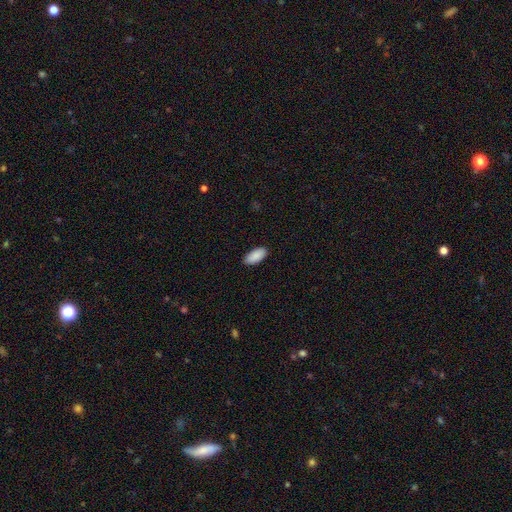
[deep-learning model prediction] Smooth or featured: smooth — 90% (star or artifact — 6%)
How rounded: in between — 93% (cigar-shaped — 5%)
Merging: none — 87% (minor disturbance — 10%)